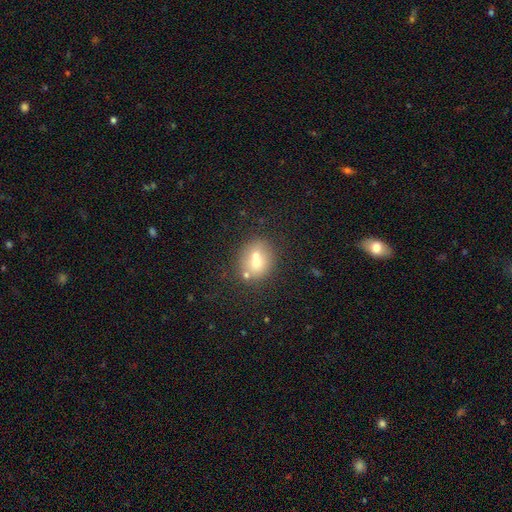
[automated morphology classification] smooth_or_featured: smooth (p=0.63) [alt: featured or disk p=0.25]
how_rounded: round (p=0.75) [alt: in between p=0.24]
merging: none (p=0.51) [alt: merger p=0.36]